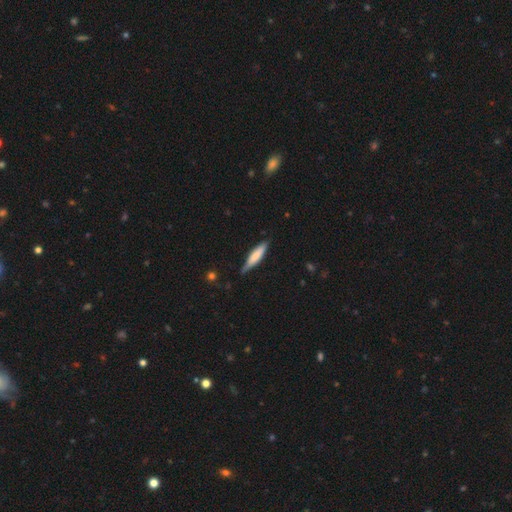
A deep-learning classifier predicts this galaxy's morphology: The model was most divided on "smooth or featured": smooth: 66%, featured or disk: 28%, star or artifact: 5%. More confident: how rounded — cigar-shaped (80%); merging — none (77%).